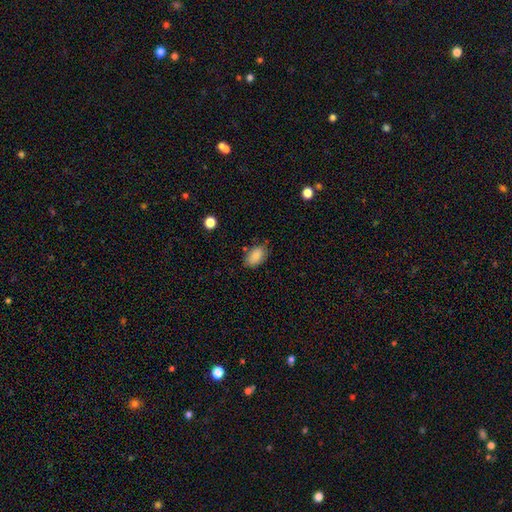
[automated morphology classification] smooth-or-featured: smooth: 86% | star or artifact: 8% | featured or disk: 6%
  how-rounded: in between: 91% | round: 7% | cigar-shaped: 2%
  merging: none: 74% | minor disturbance: 19% | major disturbance: 4% | merger: 3%